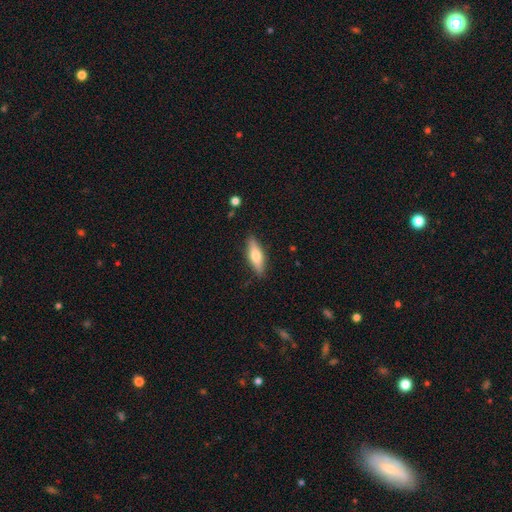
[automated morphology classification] This is possibly a smooth galaxy (53%). How rounded: possibly cigar-shaped (49%). Merging: clearly none (87%).